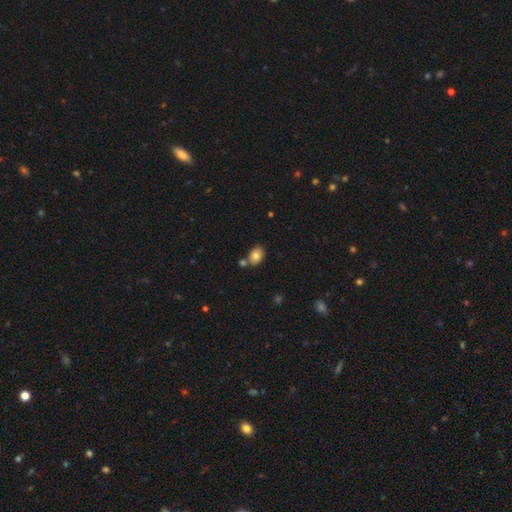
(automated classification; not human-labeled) This is clearly a smooth galaxy (80%). How rounded: likely in between (69%). Merging: likely none (66%).